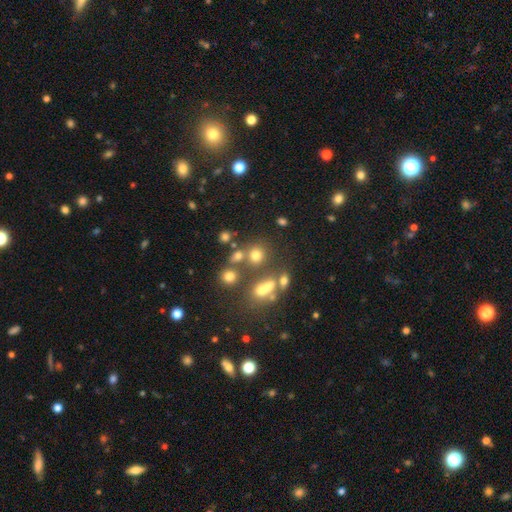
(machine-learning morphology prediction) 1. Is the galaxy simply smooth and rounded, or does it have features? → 63% smooth, 25% star or artifact, 12% featured or disk.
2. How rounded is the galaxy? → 81% round, 17% in between, 2% cigar-shaped.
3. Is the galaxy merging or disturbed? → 62% none, 21% merger, 10% minor disturbance, 6% major disturbance.